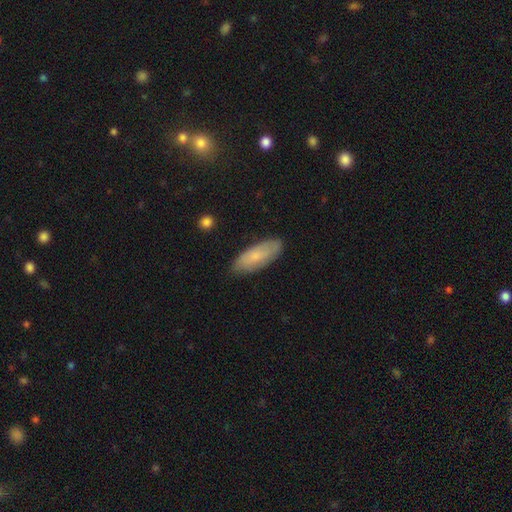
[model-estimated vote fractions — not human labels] smooth 72%, featured or disk 22%, star or artifact 6%. Down the decision tree: how rounded — in between (75%); merging — none (82%).